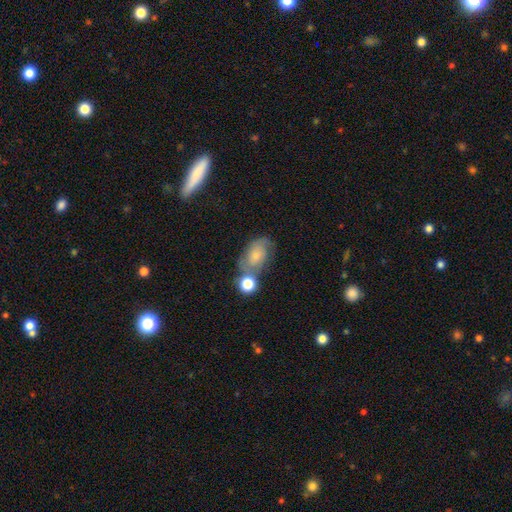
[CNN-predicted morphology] The model was most divided on "merging": none: 41%, merger: 27%, minor disturbance: 21%, major disturbance: 11%. More confident: how rounded — in between (80%); smooth or featured — smooth (55%).